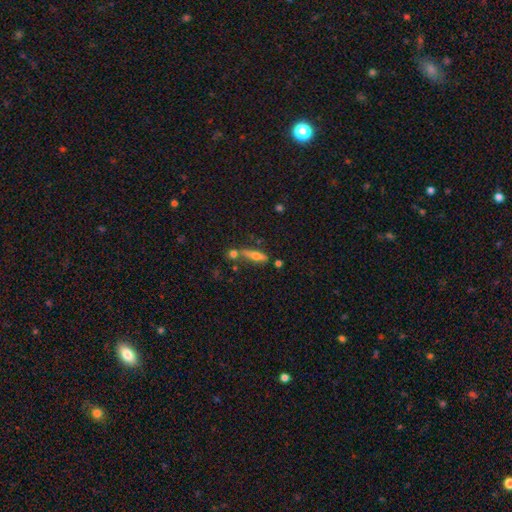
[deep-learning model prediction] Overall: smooth (46%; featured or disk 44%). Merging: none (59%; merger 20%).